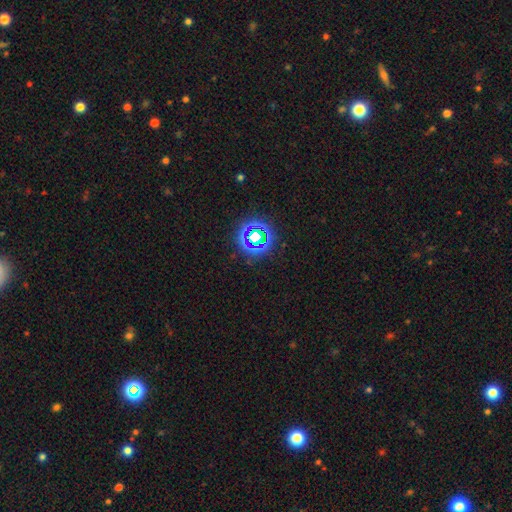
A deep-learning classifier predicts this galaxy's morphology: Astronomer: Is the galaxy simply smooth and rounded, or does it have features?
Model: star or artifact — 67%.